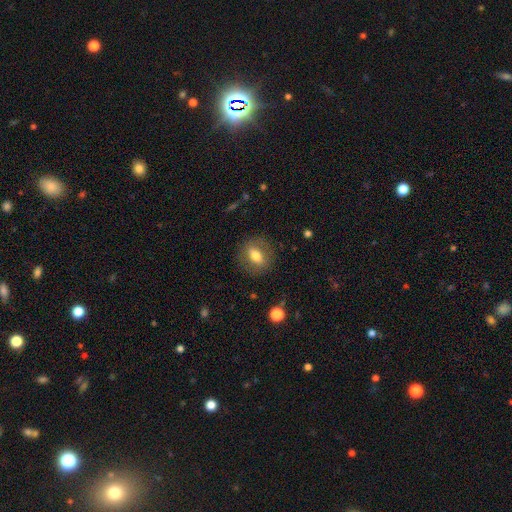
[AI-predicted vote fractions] smooth-or-featured: smooth: 65% | featured or disk: 27% | star or artifact: 9%
  how-rounded: in between: 55% | round: 41% | cigar-shaped: 4%
  merging: none: 83% | minor disturbance: 11% | major disturbance: 5% | merger: 1%